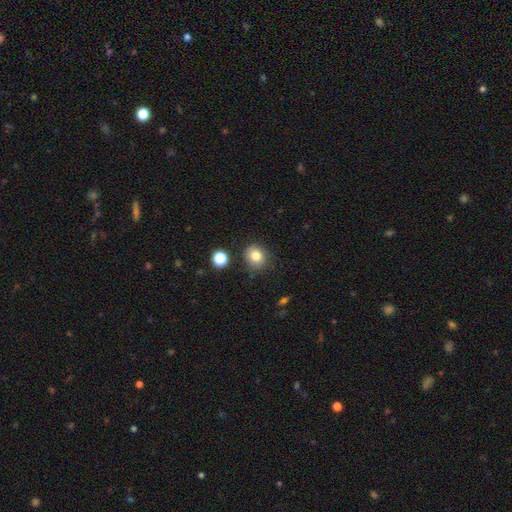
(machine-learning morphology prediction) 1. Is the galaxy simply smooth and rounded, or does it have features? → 81% smooth, 12% star or artifact, 7% featured or disk.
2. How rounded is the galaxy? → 78% round, 21% in between, 1% cigar-shaped.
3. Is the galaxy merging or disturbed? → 81% none, 12% minor disturbance, 4% merger, 3% major disturbance.